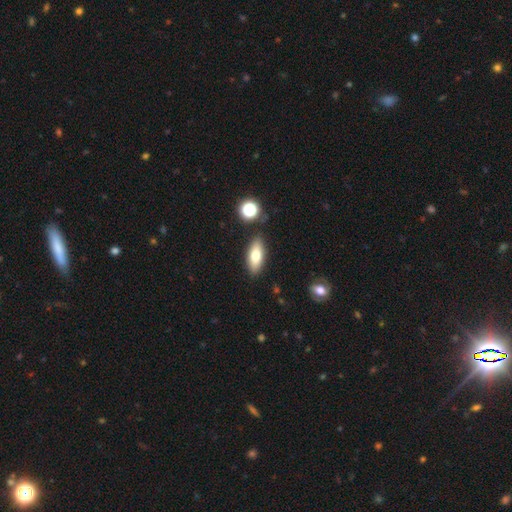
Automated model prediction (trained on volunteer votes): smooth_or_featured: smooth (p=0.73) [alt: featured or disk p=0.19]
how_rounded: in between (p=0.77) [alt: cigar-shaped p=0.20]
merging: none (p=0.85) [alt: minor disturbance p=0.09]